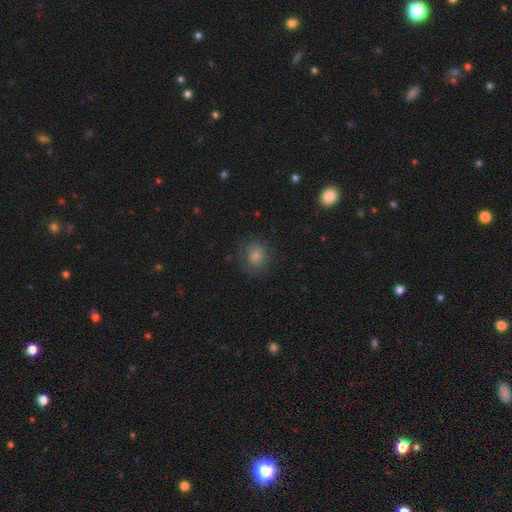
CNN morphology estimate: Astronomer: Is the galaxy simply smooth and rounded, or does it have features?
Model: smooth — 79%.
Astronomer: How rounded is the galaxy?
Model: round — 79%.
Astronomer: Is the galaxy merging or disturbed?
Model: none — 73%.